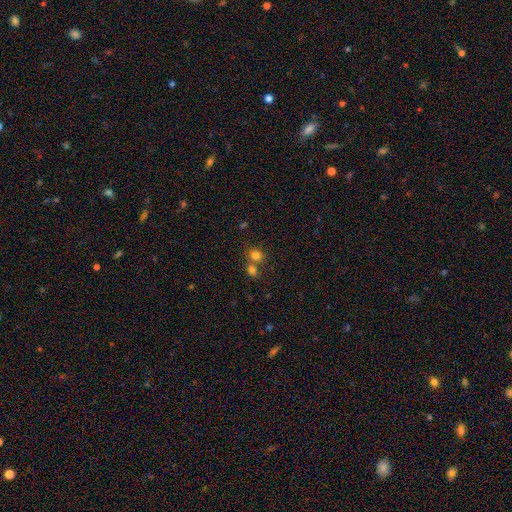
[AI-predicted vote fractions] This appears to be a smooth galaxy with no disk features (78%) that is round (77%). Merging: none (50%).